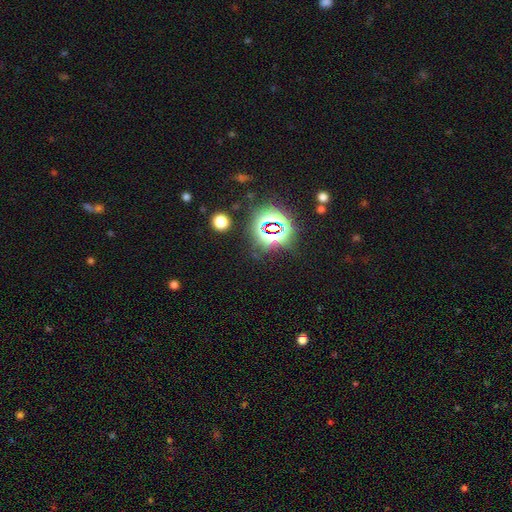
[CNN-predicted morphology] Smooth or featured? Predicted: star or artifact (p=0.81).